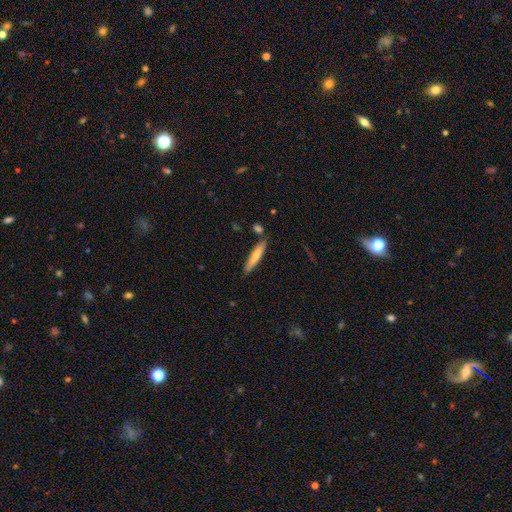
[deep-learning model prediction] This appears to be a smooth galaxy with no disk features (68%) that is cigar-shaped (89%). Merging: none (81%).